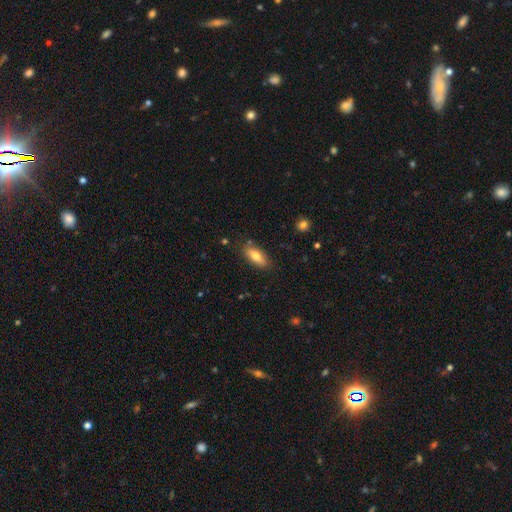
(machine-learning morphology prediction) smooth 73%, featured or disk 20%, star or artifact 7%. Down the decision tree: how rounded — in between (75%); merging — none (83%).